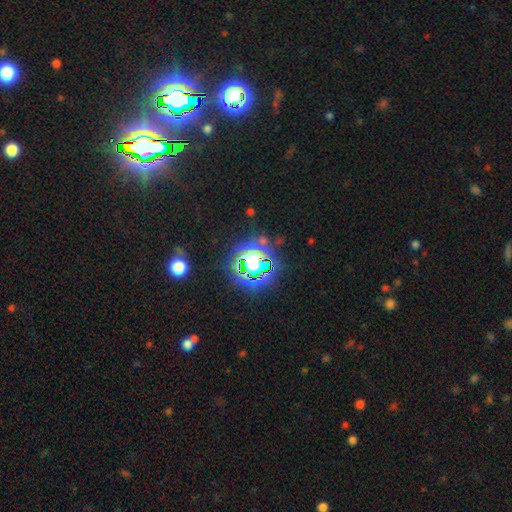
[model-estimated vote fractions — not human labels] This appears to be a star or artifact, not a galaxy (81%).